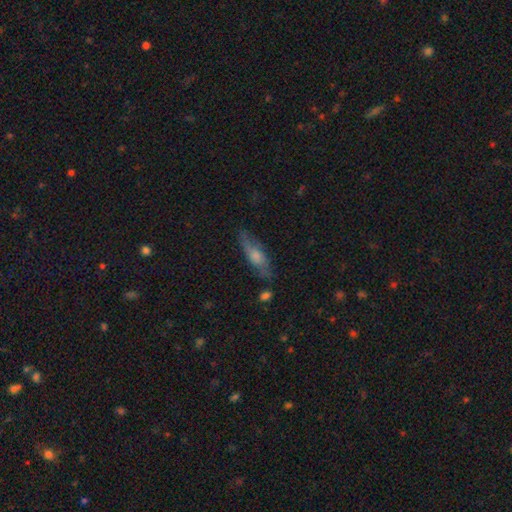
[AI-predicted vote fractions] This appears to be a featured or disk galaxy (46%). Merging: none (74%).